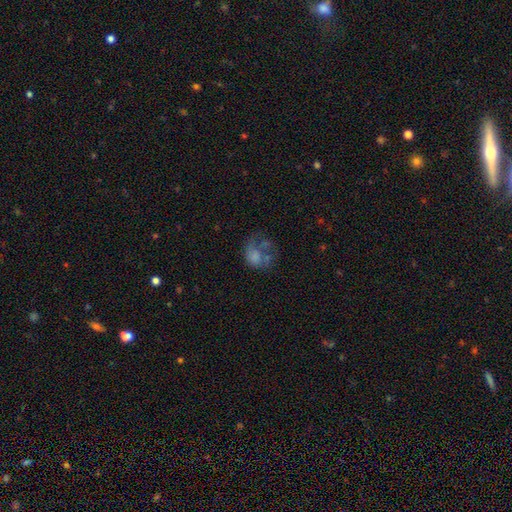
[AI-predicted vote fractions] smooth_or_featured: smooth (p=0.50) [alt: featured or disk p=0.39]
merging: major disturbance (p=0.42) [alt: none p=0.25]